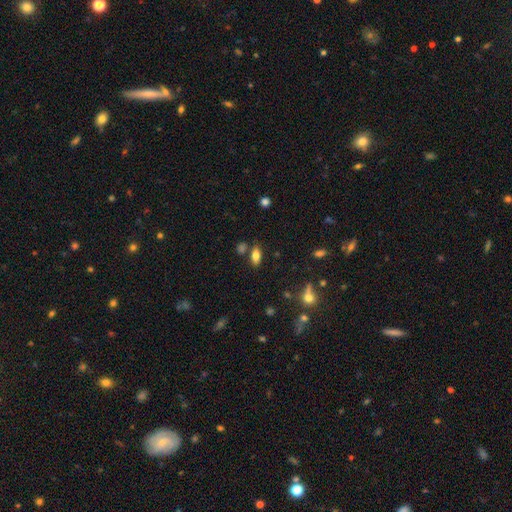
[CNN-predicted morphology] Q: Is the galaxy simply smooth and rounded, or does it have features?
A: smooth — 77%.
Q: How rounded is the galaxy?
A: in between — 86%.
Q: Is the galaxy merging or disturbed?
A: none — 76%.